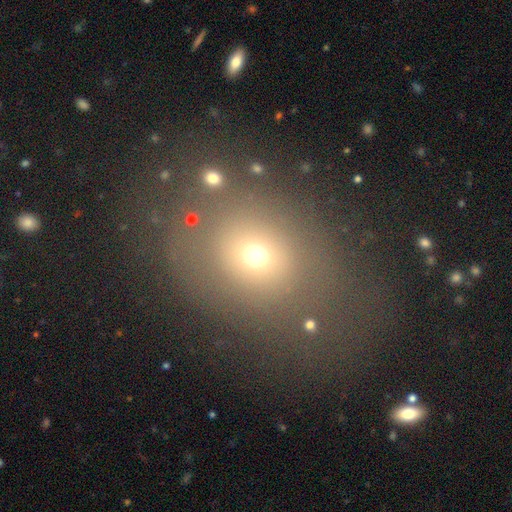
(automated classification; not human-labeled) This appears to be a smooth galaxy with no disk features (64%) that is round (56%). Merging: none (68%).